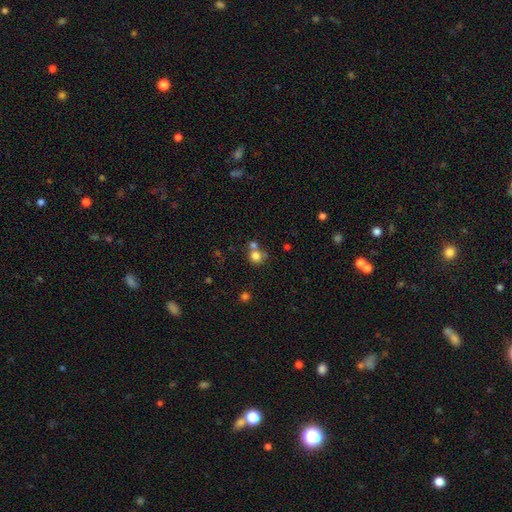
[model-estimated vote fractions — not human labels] A smooth galaxy with no disk features (77%) that is round (86%). Merging: none (48%).